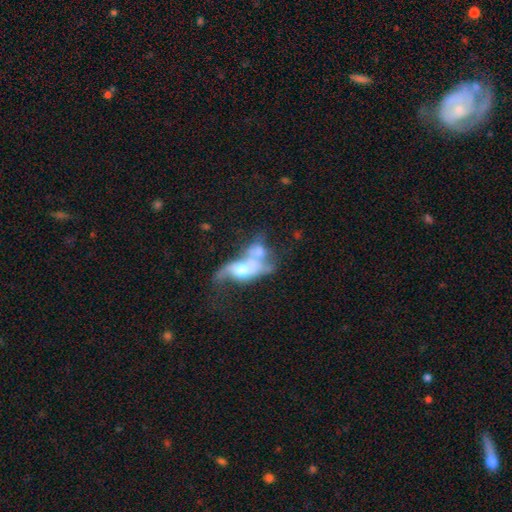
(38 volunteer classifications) Smooth or featured? 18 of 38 (47%) said smooth. How rounded? 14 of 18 (78%) said in between. Merging? 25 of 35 (71%) said merger.